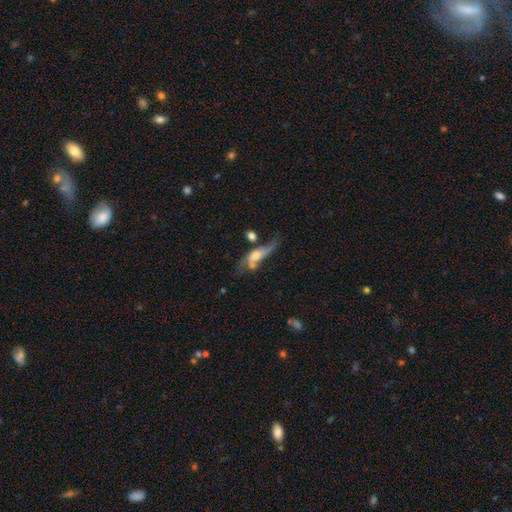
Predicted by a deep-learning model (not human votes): smooth_or_featured: featured or disk (p=0.60) [alt: smooth p=0.31]
disk_edge_on: no (p=0.69) [alt: yes p=0.31]
merging: none (p=0.30) [alt: major disturbance p=0.25]